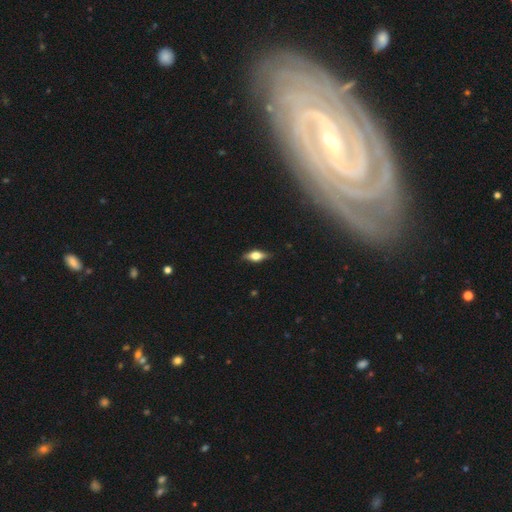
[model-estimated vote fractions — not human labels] A featured or disk galaxy (49%). Merging: none (84%).